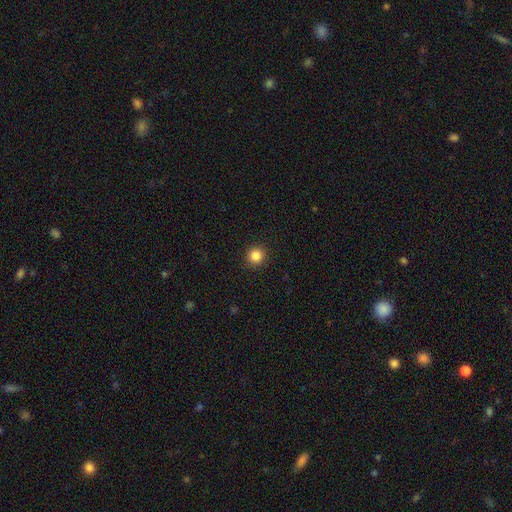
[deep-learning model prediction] smooth_or_featured: smooth (p=0.85) [alt: star or artifact p=0.11]
how_rounded: round (p=0.92) [alt: in between p=0.07]
merging: none (p=0.92) [alt: minor disturbance p=0.05]